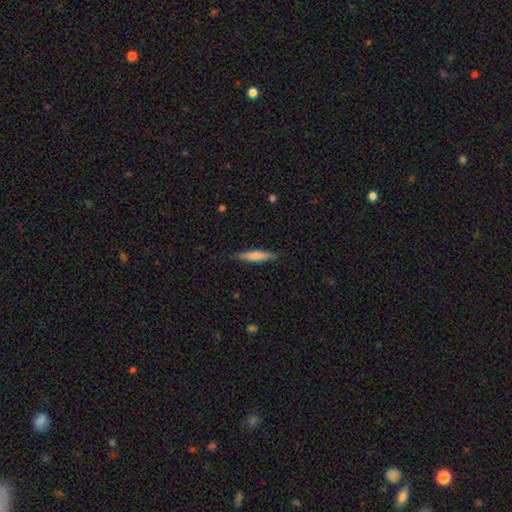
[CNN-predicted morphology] Overall: smooth (74%). How rounded: cigar-shaped (87%). Merging: none (87%).